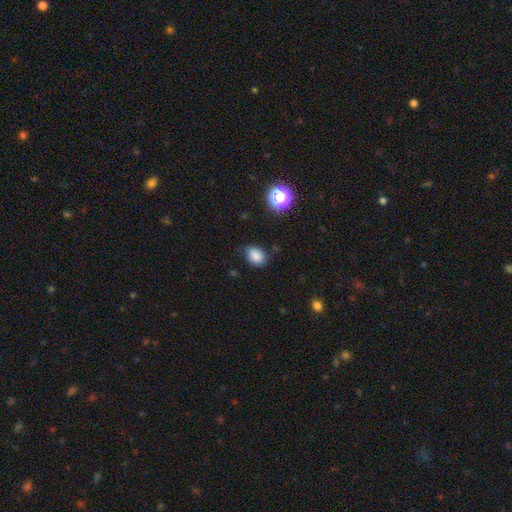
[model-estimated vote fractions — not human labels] A smooth galaxy with no disk features (83%) that is in between round and cigar-shaped (68%).

Vote fractions:
- Smooth or featured? smooth: 83% / star or artifact: 12% / featured or disk: 5%
- How rounded? in between: 68% / round: 31% / cigar-shaped: 1%
- Merging? none: 71% / minor disturbance: 23% / major disturbance: 4% / merger: 2%